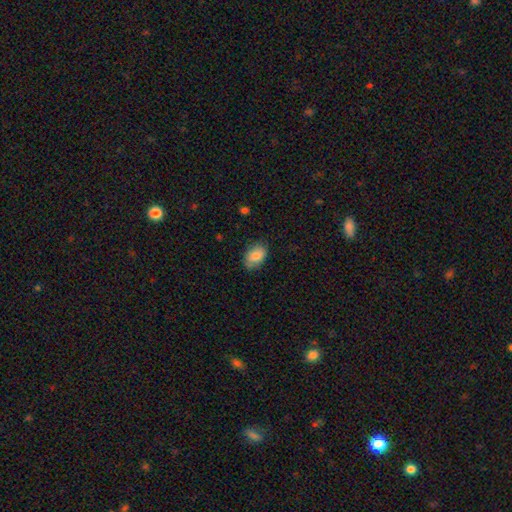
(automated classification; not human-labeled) Overall: smooth (84%). How rounded: in between (85%). Merging: none (77%).